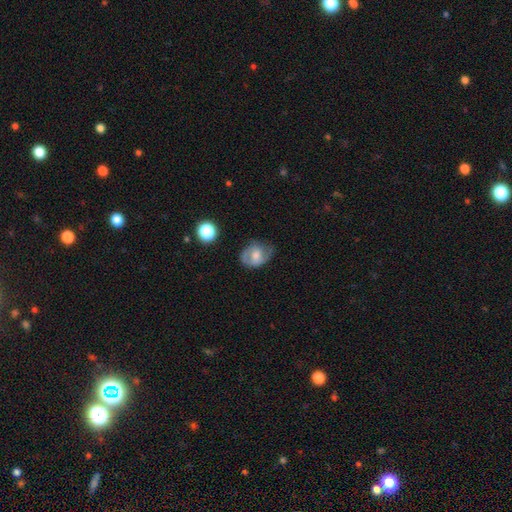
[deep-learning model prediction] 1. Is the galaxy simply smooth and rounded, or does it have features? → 49% featured or disk, 42% smooth, 9% star or artifact.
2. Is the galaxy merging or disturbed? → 55% none, 29% minor disturbance, 14% major disturbance, 2% merger.